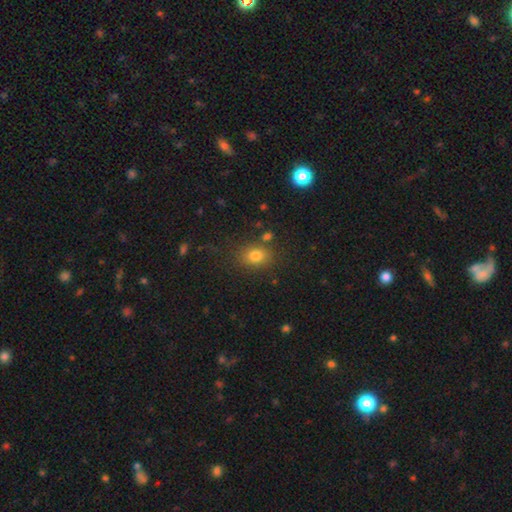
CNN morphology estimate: Q: Smooth or featured?
A: smooth (79%); runner-up: star or artifact (14%)
Q: How rounded?
A: in between (53%); runner-up: round (46%)
Q: Merging?
A: none (79%); runner-up: minor disturbance (12%)